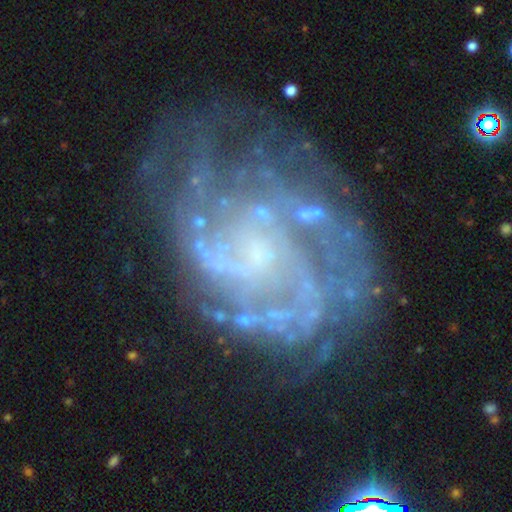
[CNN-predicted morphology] Overall: featured or disk (85%). Edge-on disk: no (98%). Bar: no (70%). Spiral arms: yes (90%). Spiral arm count: can't tell (38%; 2 19%). Spiral winding: tight (53%; medium 35%). Bulge size: small (50%; none 30%). Merging: none (58%; minor disturbance 21%).